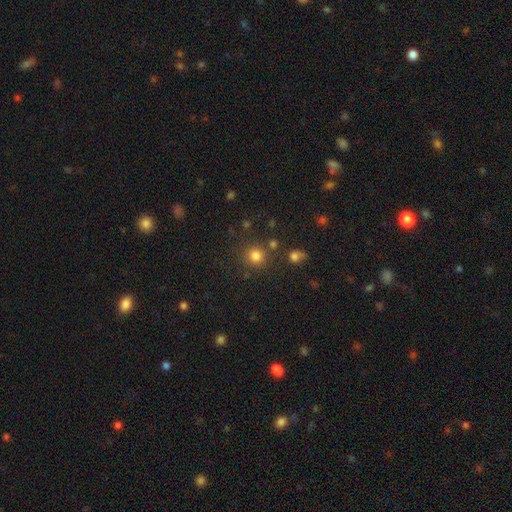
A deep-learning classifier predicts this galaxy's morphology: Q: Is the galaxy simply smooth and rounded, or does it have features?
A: smooth — 80%.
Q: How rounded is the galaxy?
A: round — 90%.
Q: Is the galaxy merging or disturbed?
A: none — 79%.